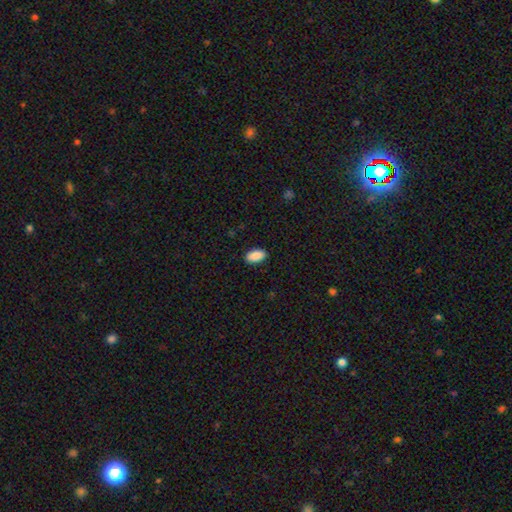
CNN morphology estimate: A smooth galaxy with no disk features (91%) that is in between round and cigar-shaped (94%). Merging: none (89%).